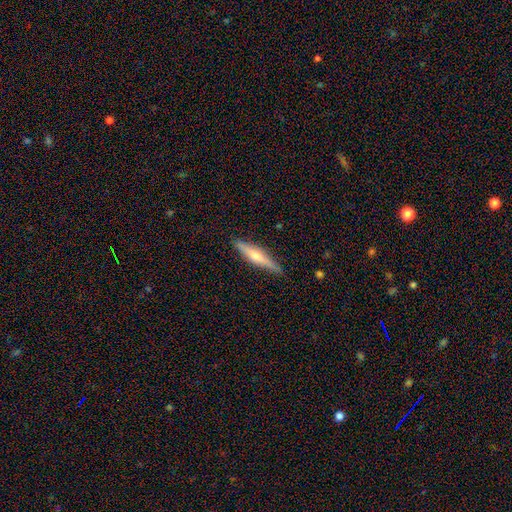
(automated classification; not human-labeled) Smooth or featured: featured or disk — 59% (smooth — 36%)
Edge-on disk: yes — 96% (no — 4%)
Edge-on bulge: rounded — 86% (none — 8%)
Merging: none — 88% (minor disturbance — 9%)